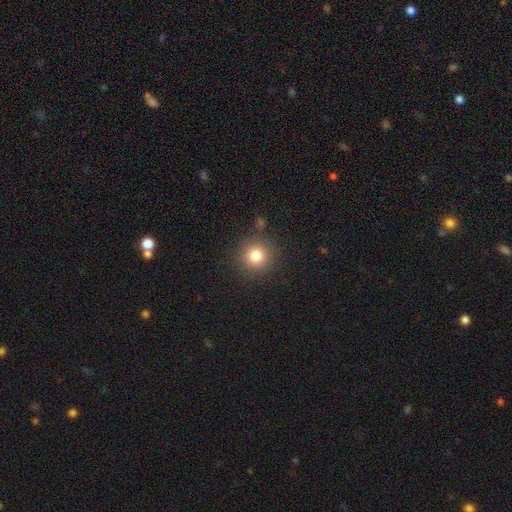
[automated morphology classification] Overall: smooth (81%). How rounded: round (94%). Merging: none (87%).